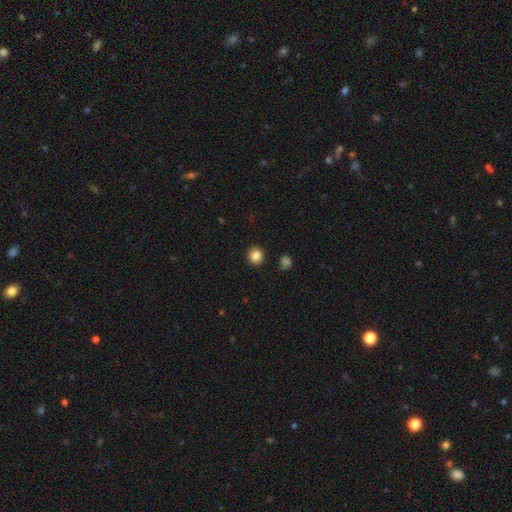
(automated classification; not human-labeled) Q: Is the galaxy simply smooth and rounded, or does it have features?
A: smooth — 86%.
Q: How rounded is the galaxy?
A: round — 84%.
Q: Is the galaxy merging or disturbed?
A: none — 89%.